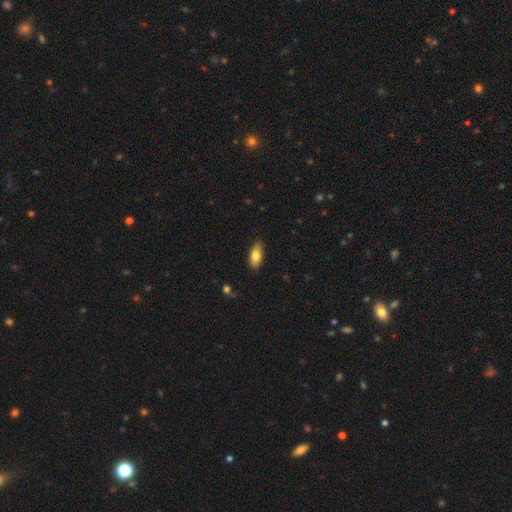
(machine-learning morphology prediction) This is likely a smooth galaxy (79%). How rounded: clearly in between (85%). Merging: clearly none (86%).